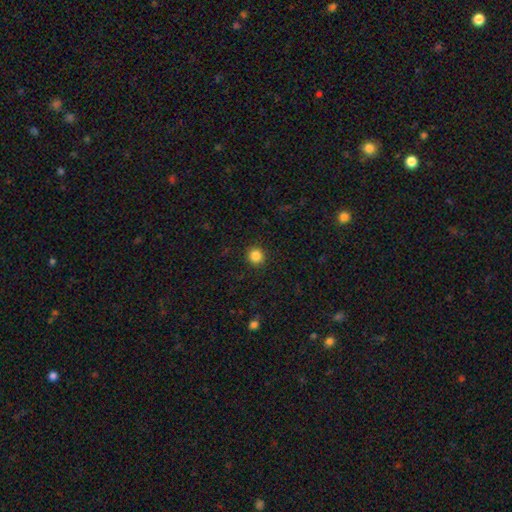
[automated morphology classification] smooth_or_featured: smooth (p=0.85) [alt: star or artifact p=0.11]
how_rounded: round (p=0.93) [alt: in between p=0.06]
merging: none (p=0.92) [alt: minor disturbance p=0.05]